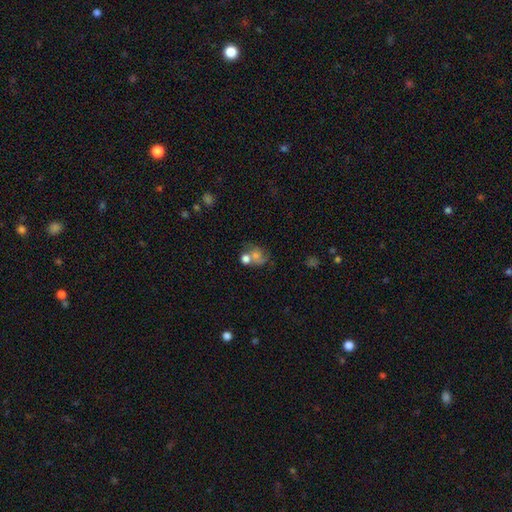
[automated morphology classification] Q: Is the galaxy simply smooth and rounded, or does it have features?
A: smooth — 51%.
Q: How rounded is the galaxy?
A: round — 61%.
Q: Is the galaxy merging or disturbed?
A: merger — 36%.